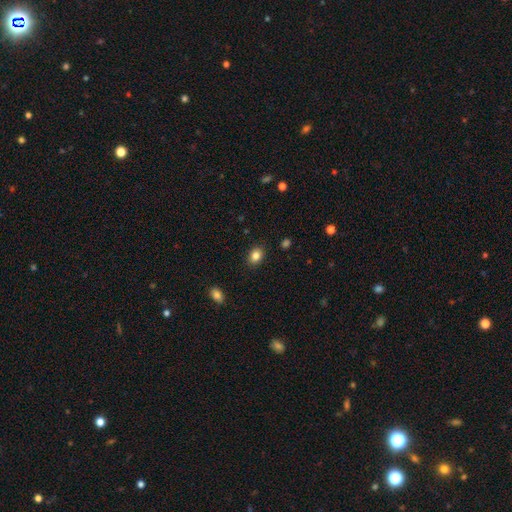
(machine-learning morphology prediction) Smooth or featured? smooth (84%)
How rounded? in between (65%)
Merging? none (88%)